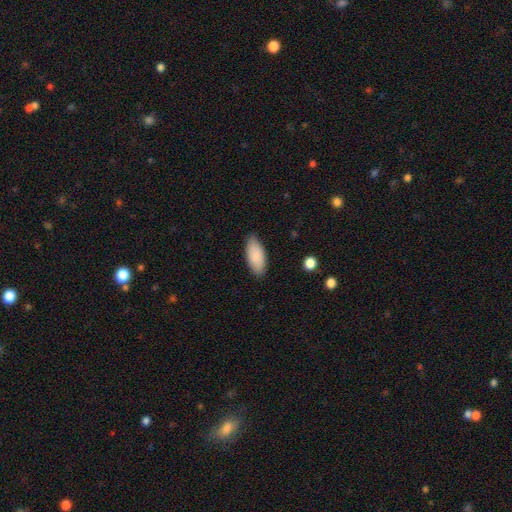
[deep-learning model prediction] smooth_or_featured: smooth (p=0.89) [alt: featured or disk p=0.06]
how_rounded: in between (p=0.86) [alt: cigar-shaped p=0.12]
merging: none (p=0.84) [alt: minor disturbance p=0.13]